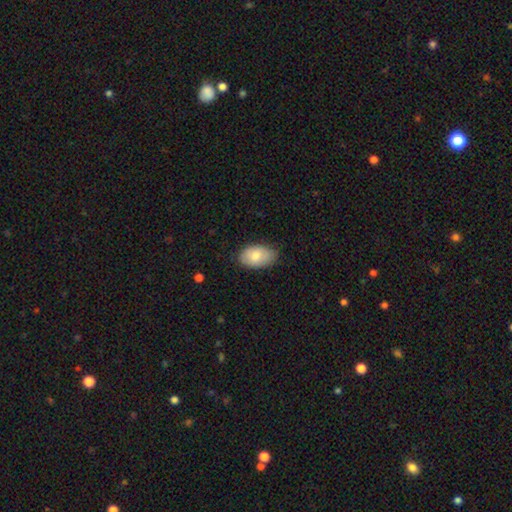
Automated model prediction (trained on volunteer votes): smooth_or_featured: smooth (p=0.79) [alt: featured or disk p=0.15]
how_rounded: in between (p=0.93) [alt: round p=0.06]
merging: none (p=0.78) [alt: minor disturbance p=0.19]